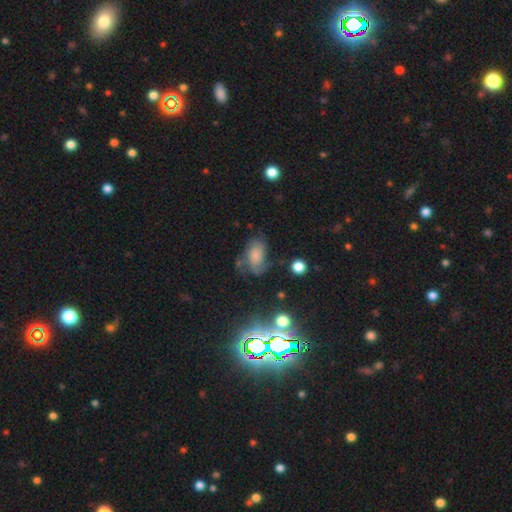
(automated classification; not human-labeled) smooth_or_featured: smooth (p=0.46) [alt: featured or disk p=0.41]
merging: none (p=0.44) [alt: minor disturbance p=0.28]